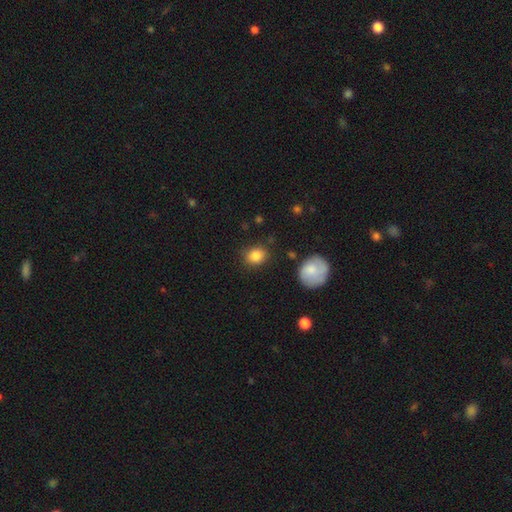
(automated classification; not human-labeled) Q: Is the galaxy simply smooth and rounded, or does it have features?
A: smooth — 86%.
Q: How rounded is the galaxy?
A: round — 66%.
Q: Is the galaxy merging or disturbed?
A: none — 82%.